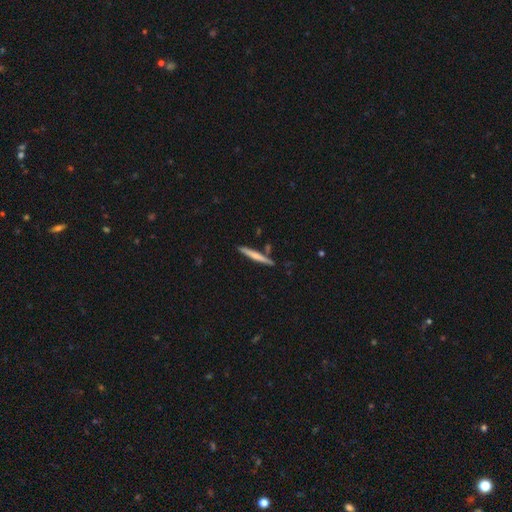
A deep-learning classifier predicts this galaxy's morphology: Q: Smooth or featured?
A: smooth (59%); runner-up: featured or disk (36%)
Q: How rounded?
A: cigar-shaped (96%); runner-up: in between (3%)
Q: Merging?
A: none (84%); runner-up: minor disturbance (9%)